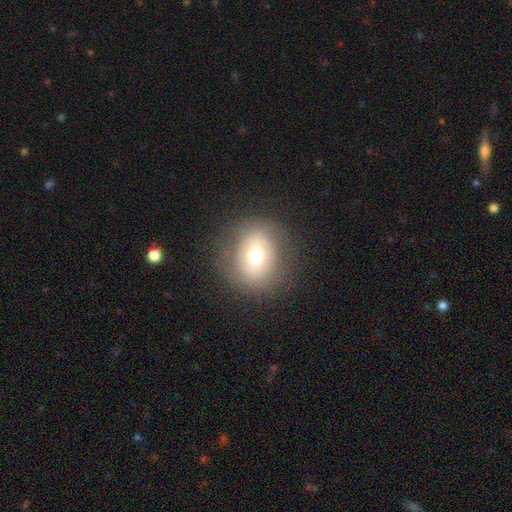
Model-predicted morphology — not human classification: A smooth galaxy with no disk features (64%) that is round (69%). Merging: none (81%).